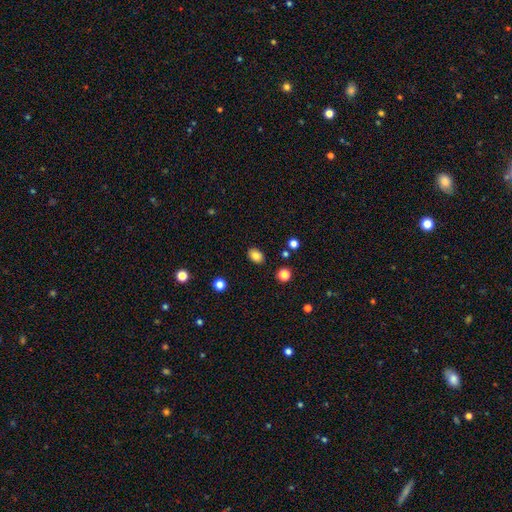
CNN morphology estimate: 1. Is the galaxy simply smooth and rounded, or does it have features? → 83% smooth, 11% star or artifact, 6% featured or disk.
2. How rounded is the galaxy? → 71% in between, 28% round, 1% cigar-shaped.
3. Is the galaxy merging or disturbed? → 87% none, 9% minor disturbance, 2% major disturbance, 2% merger.